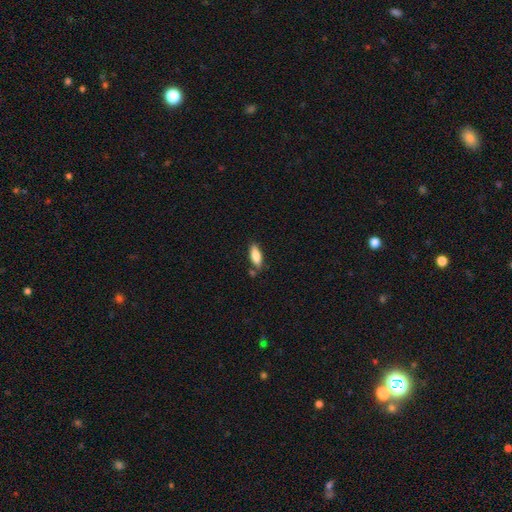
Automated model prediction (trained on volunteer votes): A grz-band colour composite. It shows a smooth galaxy with no disk features (79%) that is in between round and cigar-shaped (67%). Merging: none (76%).